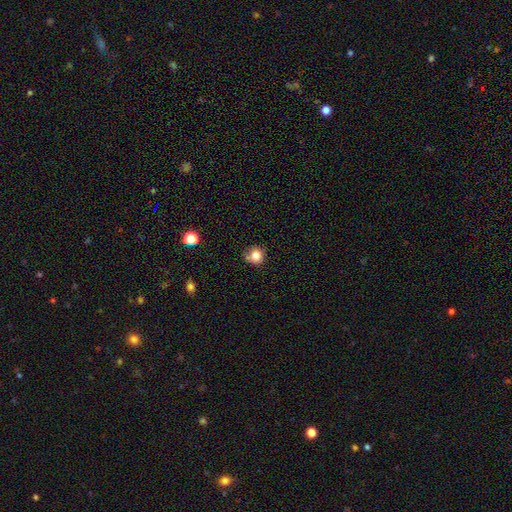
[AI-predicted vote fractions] This appears to be a smooth galaxy with no disk features (81%) that is round (86%). Merging: none (63%).